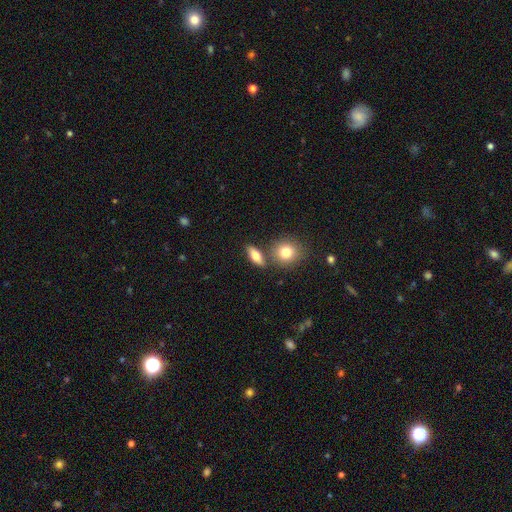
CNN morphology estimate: Smooth or featured: smooth — 72% (featured or disk — 19%)
How rounded: in between — 67% (cigar-shaped — 20%)
Merging: none — 73% (merger — 13%)